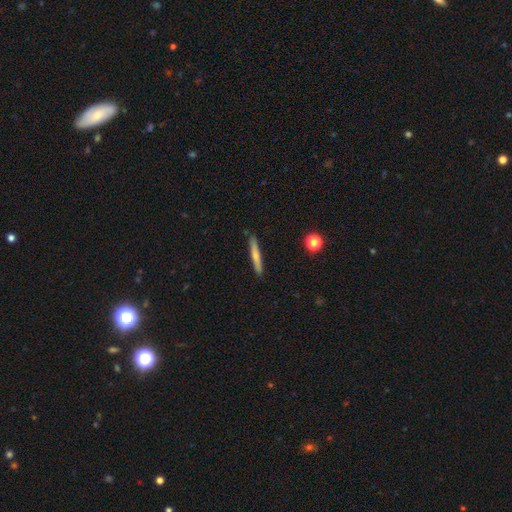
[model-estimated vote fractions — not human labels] Smooth or featured? Predicted: smooth (p=0.62). How rounded? Predicted: cigar-shaped (p=0.95). Merging? Predicted: none (p=0.89).